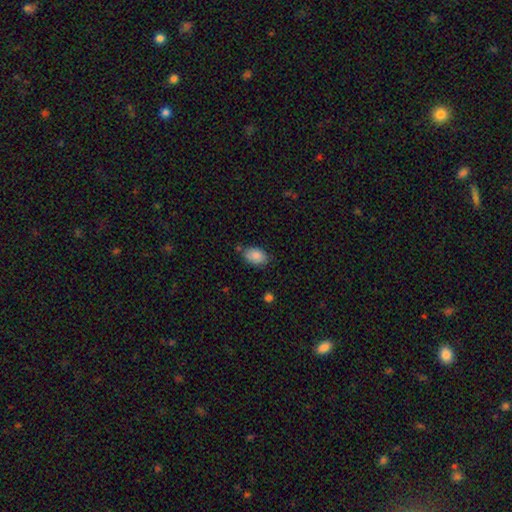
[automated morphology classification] Smooth or featured: smooth — 88% (star or artifact — 7%)
How rounded: in between — 89% (round — 10%)
Merging: none — 71% (minor disturbance — 20%)